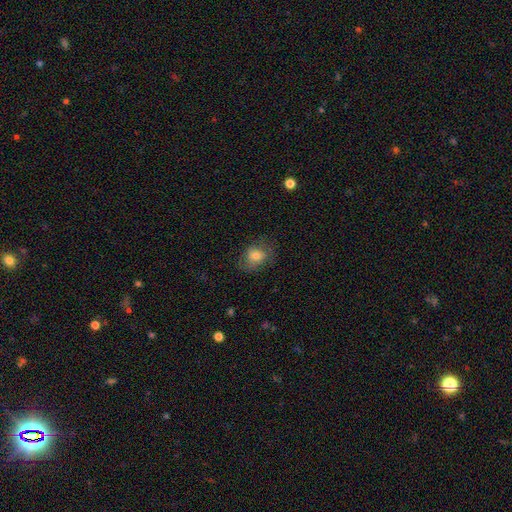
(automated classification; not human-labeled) The model was most divided on "how rounded": in between: 61%, round: 38%, cigar-shaped: 1%. More confident: smooth or featured — smooth (74%); merging — none (66%).